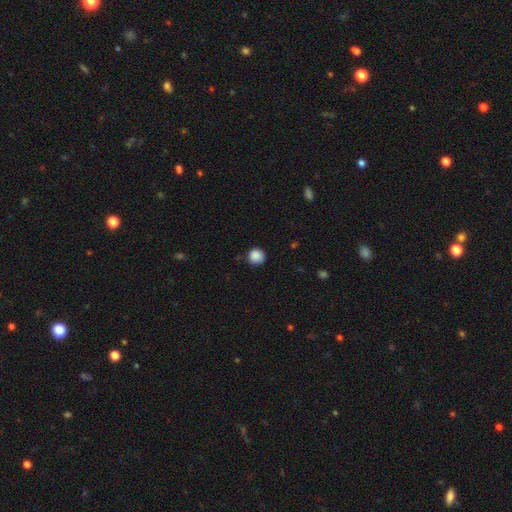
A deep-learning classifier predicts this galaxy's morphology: smooth 88%, star or artifact 10%, featured or disk 3%. Down the decision tree: how rounded — round (92%); merging — none (87%).